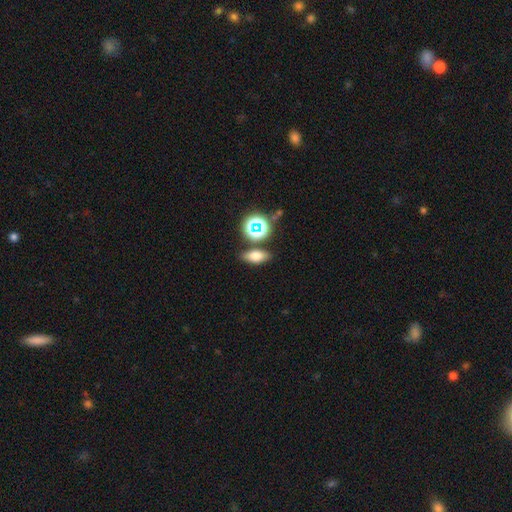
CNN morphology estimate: smooth 66%, star or artifact 17%, featured or disk 17%. Down the decision tree: how rounded — in between (70%); merging — none (78%).